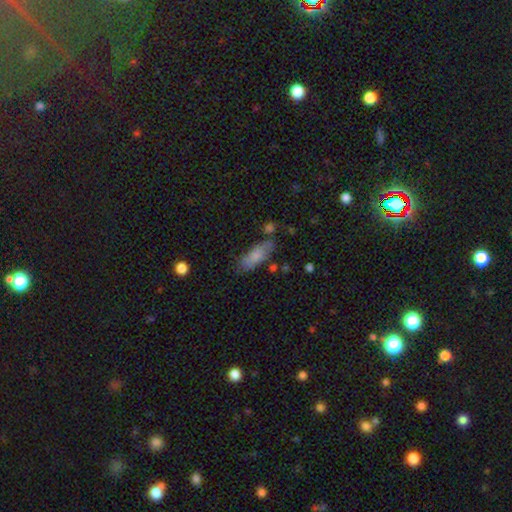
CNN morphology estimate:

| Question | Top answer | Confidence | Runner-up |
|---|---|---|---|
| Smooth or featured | smooth | 77% | featured or disk (16%) |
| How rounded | in between | 66% | cigar-shaped (31%) |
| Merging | none | 65% | minor disturbance (21%) |